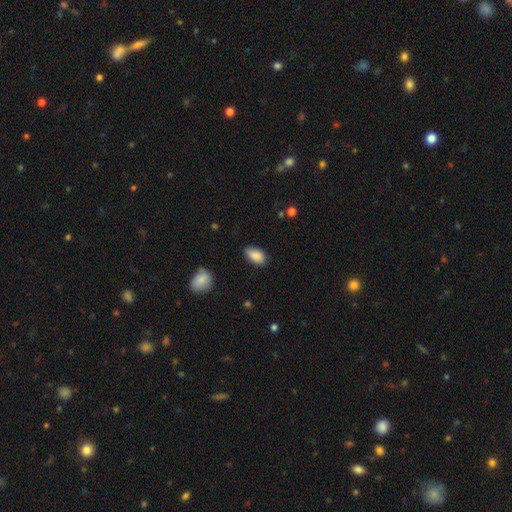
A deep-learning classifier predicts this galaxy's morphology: smooth 88%, star or artifact 7%, featured or disk 5%. Down the decision tree: how rounded — in between (93%); merging — none (81%).